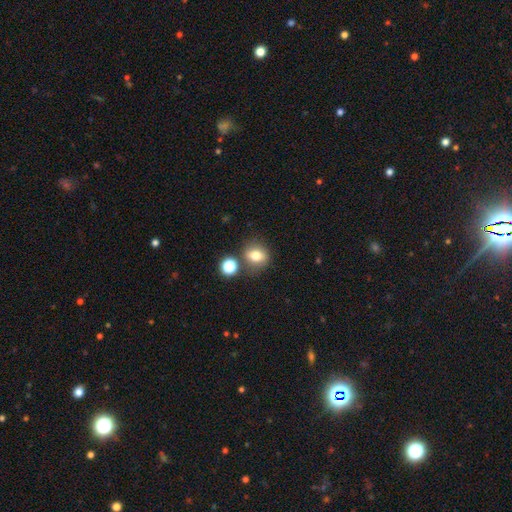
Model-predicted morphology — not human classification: This appears to be a smooth galaxy with no disk features (75%) that is round (59%). Merging: none (72%).